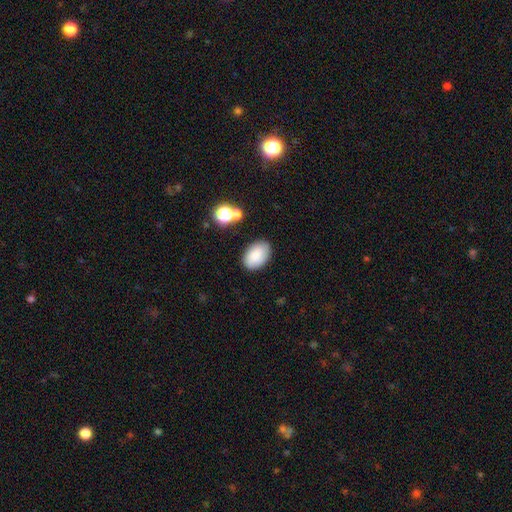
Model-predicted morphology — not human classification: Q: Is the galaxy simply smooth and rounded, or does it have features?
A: smooth — 83%.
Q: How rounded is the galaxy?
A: in between — 90%.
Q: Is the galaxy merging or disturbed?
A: none — 81%.